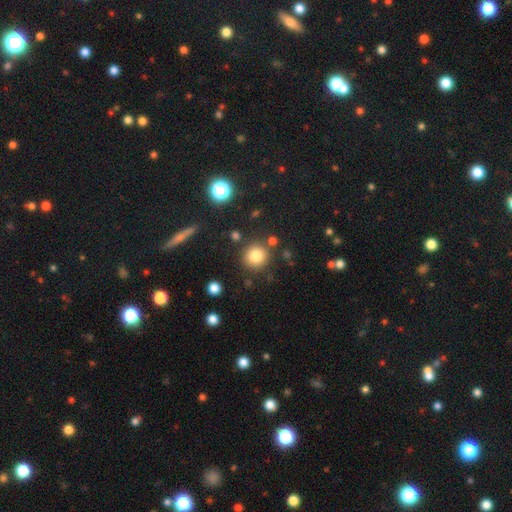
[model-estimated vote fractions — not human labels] Smooth or featured? Predicted: smooth (p=0.82). How rounded? Predicted: round (p=0.92). Merging? Predicted: none (p=0.84).